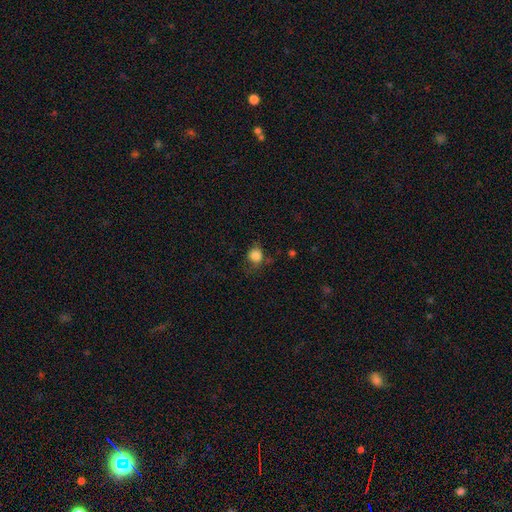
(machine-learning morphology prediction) Smooth or featured? smooth (83%)
How rounded? round (79%)
Merging? none (60%)